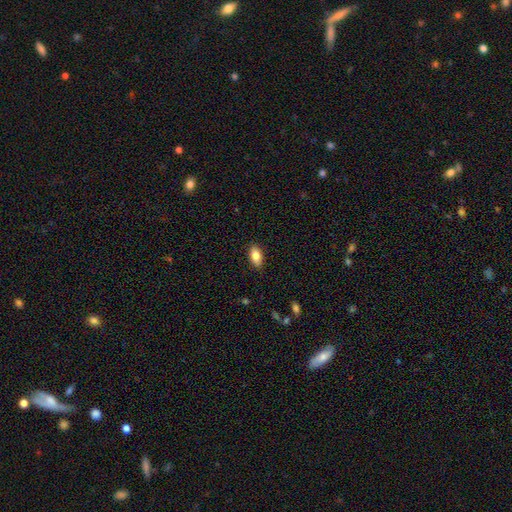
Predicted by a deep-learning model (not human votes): smooth_or_featured: smooth (p=0.83) [alt: featured or disk p=0.10]
how_rounded: in between (p=0.89) [alt: cigar-shaped p=0.07]
merging: none (p=0.87) [alt: minor disturbance p=0.10]